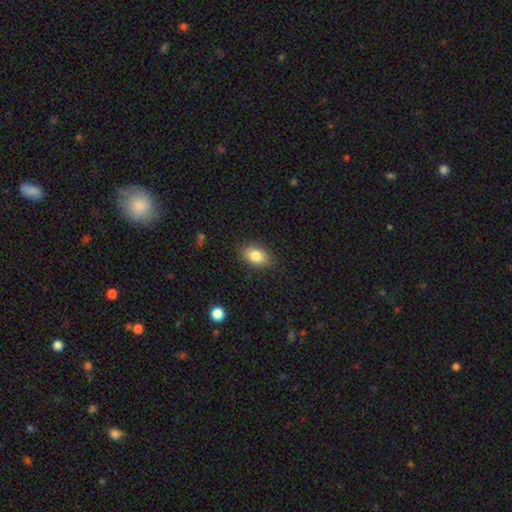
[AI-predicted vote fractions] This appears to be a smooth galaxy with no disk features (83%) that is in between round and cigar-shaped (85%). Merging: none (85%).